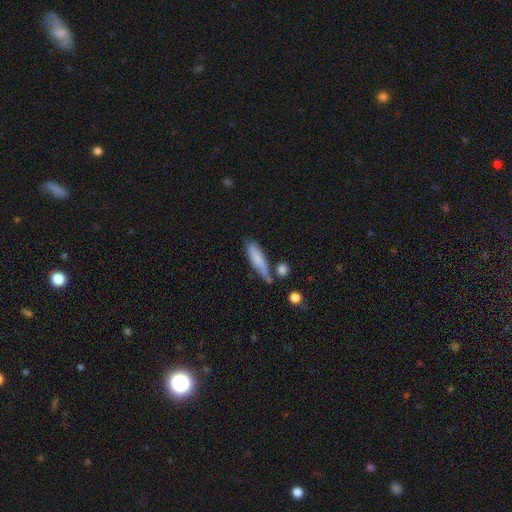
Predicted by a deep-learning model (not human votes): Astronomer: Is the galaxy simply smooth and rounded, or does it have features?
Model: smooth — 74%.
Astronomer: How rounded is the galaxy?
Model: cigar-shaped — 73%.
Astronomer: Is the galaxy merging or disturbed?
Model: none — 60%.